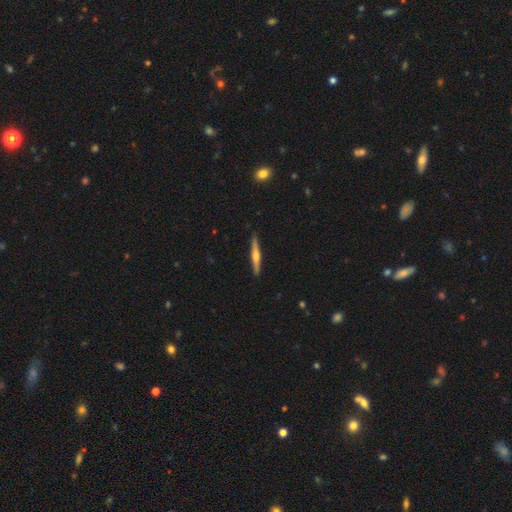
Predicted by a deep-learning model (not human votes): Smooth or featured?
  - featured or disk: 63% *
  - smooth: 32%
  - star or artifact: 5%
Edge-on disk?
  - yes: 98% *
  - no: 2%
Edge-on bulge?
  - rounded: 83% *
  - none: 11%
  - boxy: 6%
Merging?
  - none: 91% *
  - minor disturbance: 7%
  - major disturbance: 1%
  - merger: 1%